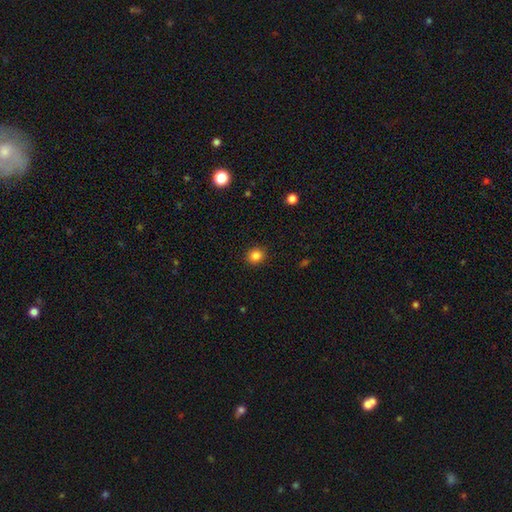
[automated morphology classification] Smooth or featured: smooth — 84% (star or artifact — 11%)
How rounded: round — 82% (in between — 17%)
Merging: none — 91% (minor disturbance — 6%)